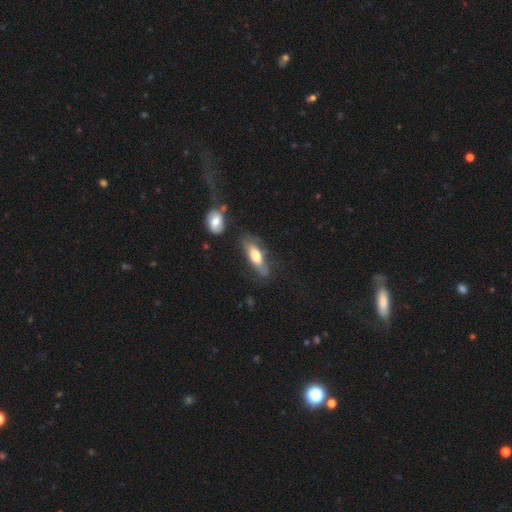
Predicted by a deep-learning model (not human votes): A smooth galaxy with no disk features (57%) that is in between round and cigar-shaped (56%).

Vote fractions:
- Smooth or featured? smooth: 57% / featured or disk: 37% / star or artifact: 7%
- How rounded? in between: 56% / cigar-shaped: 41% / round: 3%
- Merging? none: 59% / minor disturbance: 25% / major disturbance: 11% / merger: 6%